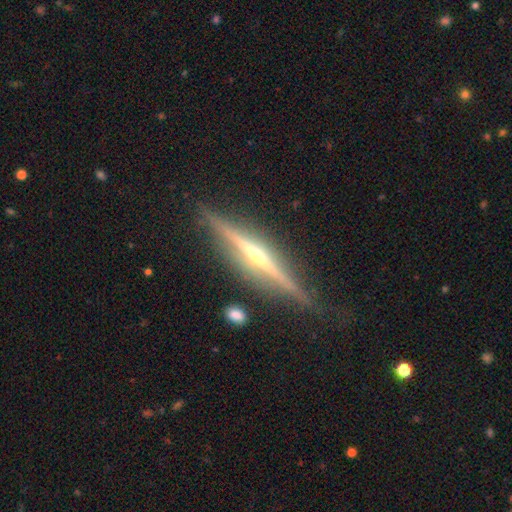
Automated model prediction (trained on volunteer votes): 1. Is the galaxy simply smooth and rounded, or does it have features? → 86% featured or disk, 8% smooth, 6% star or artifact.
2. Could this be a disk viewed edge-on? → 98% yes, 2% no.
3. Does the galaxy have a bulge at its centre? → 79% rounded, 14% none, 6% boxy.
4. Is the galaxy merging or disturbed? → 86% none, 10% minor disturbance, 2% major disturbance, 2% merger.